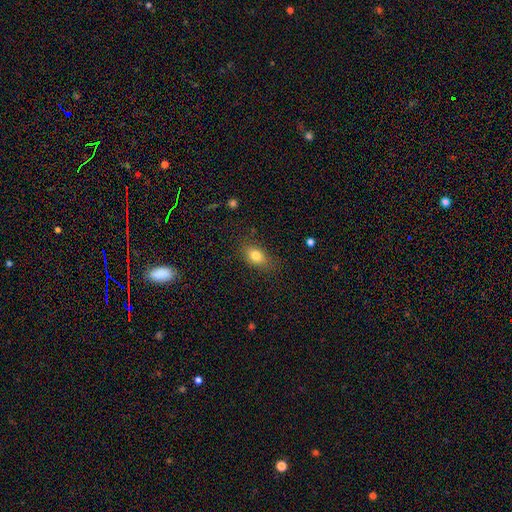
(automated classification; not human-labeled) smooth_or_featured: smooth (p=0.80) [alt: featured or disk p=0.10]
how_rounded: in between (p=0.80) [alt: round p=0.17]
merging: none (p=0.77) [alt: minor disturbance p=0.17]